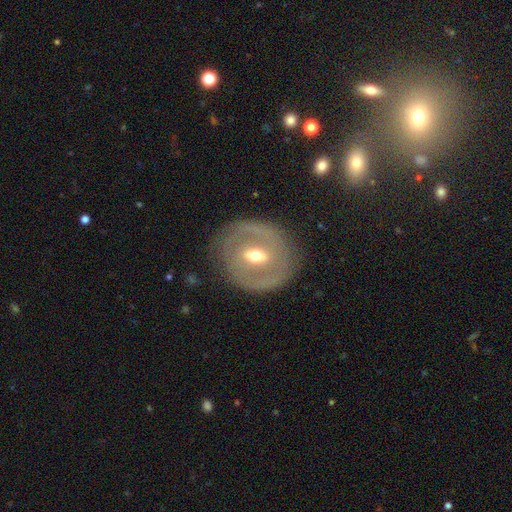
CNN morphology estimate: This is likely a featured or disk galaxy (71%). It is clearly not viewed edge-on (93%). Bar: marginally weak (42%). Spiral arm pattern: possibly no (53%). Central bulge: likely moderate (68%). Merging: clearly none (81%).